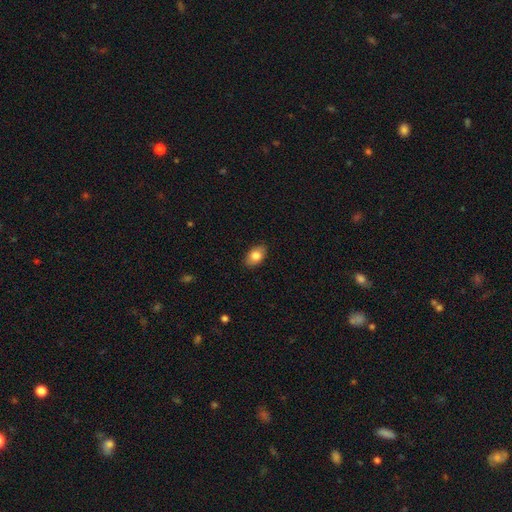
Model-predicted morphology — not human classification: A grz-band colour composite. It shows a smooth galaxy with no disk features (82%) that is in between round and cigar-shaped (87%). Merging: none (87%).